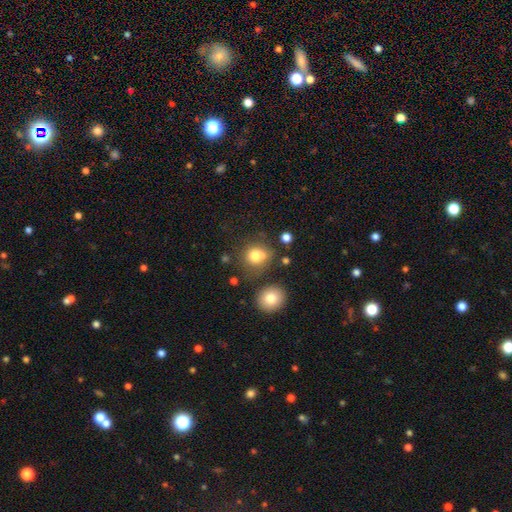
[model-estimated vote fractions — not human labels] Smooth or featured? smooth (78%)
How rounded? round (77%)
Merging? none (59%)